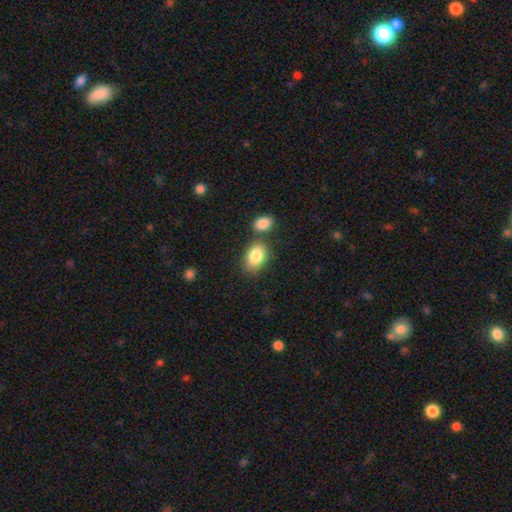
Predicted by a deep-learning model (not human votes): Overall: smooth (85%). How rounded: in between (86%). Merging: none (63%).